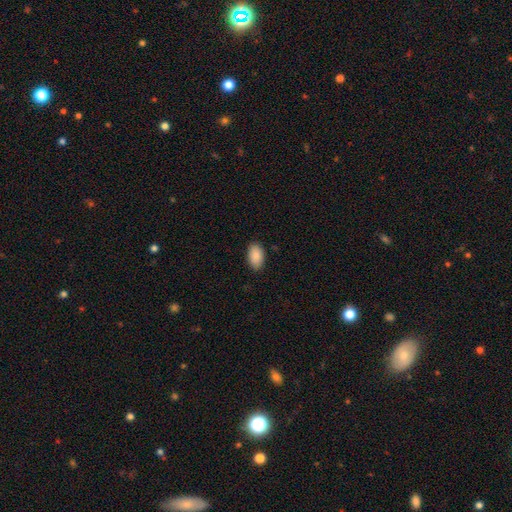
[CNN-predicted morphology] Smooth or featured? smooth (89%)
How rounded? in between (94%)
Merging? none (88%)